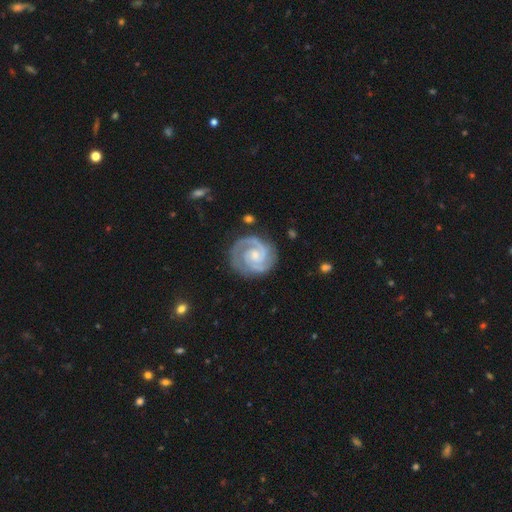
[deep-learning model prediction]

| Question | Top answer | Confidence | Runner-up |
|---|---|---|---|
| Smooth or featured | featured or disk | 92% | smooth (5%) |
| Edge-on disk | no | 98% | yes (2%) |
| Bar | no | 64% | weak (30%) |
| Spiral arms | yes | 98% | no (2%) |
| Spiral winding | tight | 67% | medium (30%) |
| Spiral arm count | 2 | 70% | 3 (18%) |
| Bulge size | small | 59% | moderate (31%) |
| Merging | none | 81% | minor disturbance (13%) |